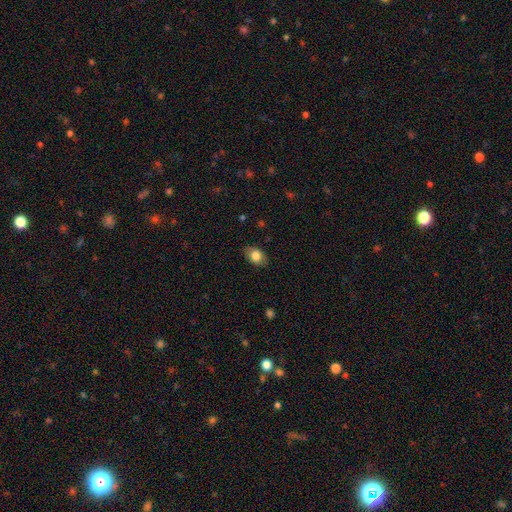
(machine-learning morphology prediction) Smooth or featured?
  - smooth: 82% *
  - featured or disk: 10%
  - star or artifact: 8%
How rounded?
  - in between: 82% *
  - round: 17%
  - cigar-shaped: 1%
Merging?
  - none: 84% *
  - minor disturbance: 12%
  - major disturbance: 3%
  - merger: 1%